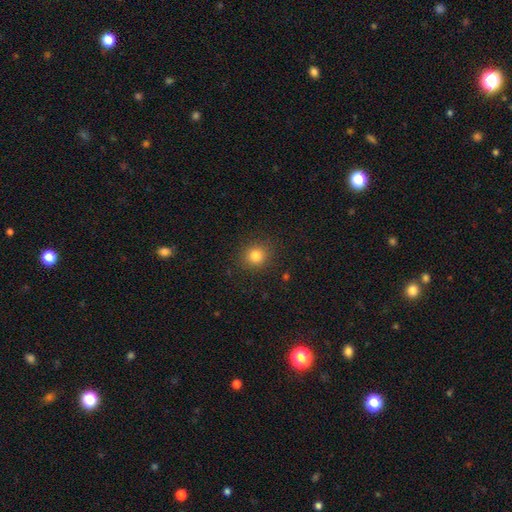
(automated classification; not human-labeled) A smooth galaxy with no disk features (82%) that is round (86%). Merging: none (89%).